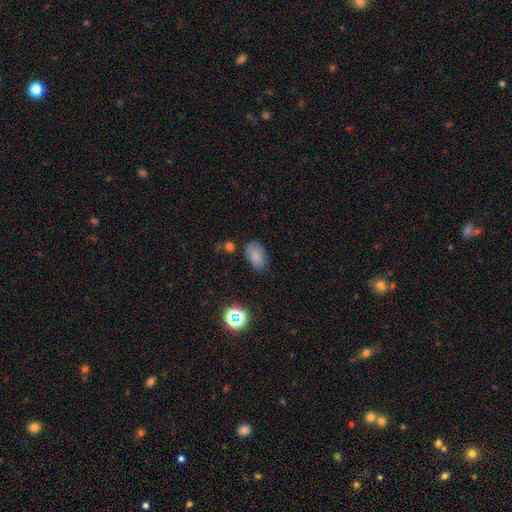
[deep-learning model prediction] Q: Smooth or featured?
A: smooth (81%); runner-up: star or artifact (11%)
Q: How rounded?
A: in between (91%); runner-up: round (7%)
Q: Merging?
A: none (77%); runner-up: minor disturbance (17%)